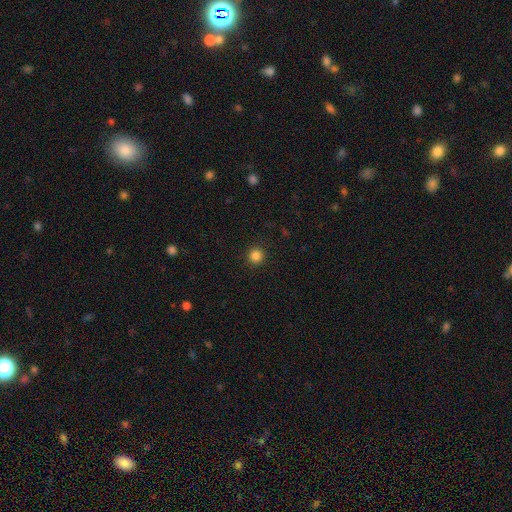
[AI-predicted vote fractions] Q: Smooth or featured?
A: smooth (85%); runner-up: star or artifact (12%)
Q: How rounded?
A: round (94%); runner-up: in between (5%)
Q: Merging?
A: none (92%); runner-up: minor disturbance (5%)